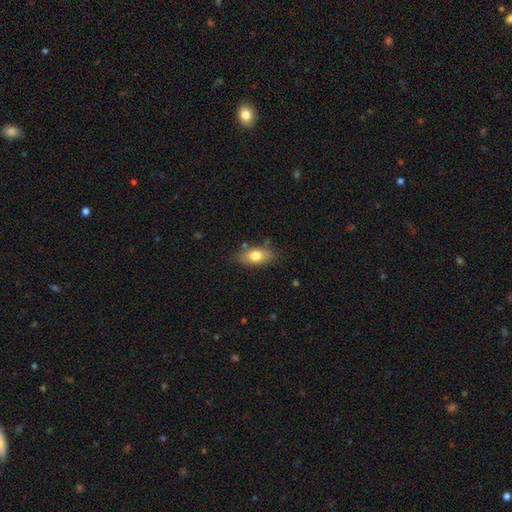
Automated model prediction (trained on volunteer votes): Morphology: type=smooth (76%); roundness=in between (85%); merging=none (76%).